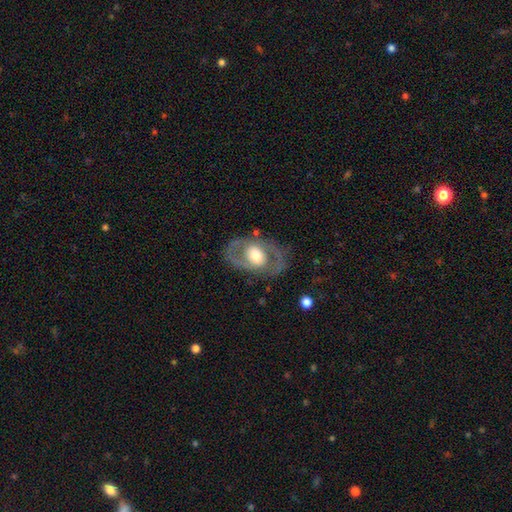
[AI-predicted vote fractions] The model was most divided on "spiral arms": no: 54%, yes: 46%. More confident: edge-on disk — no (93%); merging — none (75%); smooth or featured — featured or disk (65%); bar — no (65%); bulge size — moderate (56%).